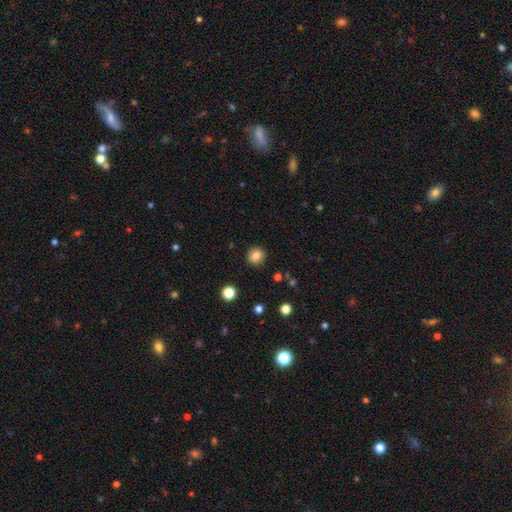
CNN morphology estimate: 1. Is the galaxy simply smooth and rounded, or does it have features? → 83% smooth, 10% star or artifact, 6% featured or disk.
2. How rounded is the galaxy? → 89% round, 10% in between, 1% cigar-shaped.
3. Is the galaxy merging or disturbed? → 91% none, 6% minor disturbance, 2% major disturbance, 1% merger.